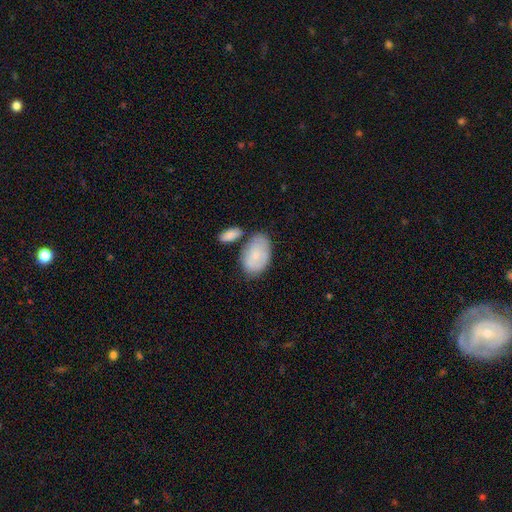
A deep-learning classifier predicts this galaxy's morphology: Smooth or featured? Predicted: smooth (p=0.74). How rounded? Predicted: in between (p=0.93). Merging? Predicted: none (p=0.53).